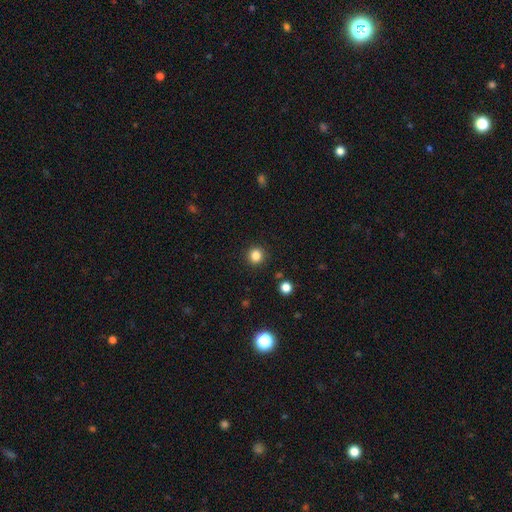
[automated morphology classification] Smooth or featured?
  - smooth: 83% *
  - star or artifact: 12%
  - featured or disk: 4%
How rounded?
  - round: 92% *
  - in between: 7%
  - cigar-shaped: 1%
Merging?
  - none: 91% *
  - minor disturbance: 5%
  - major disturbance: 2%
  - merger: 1%